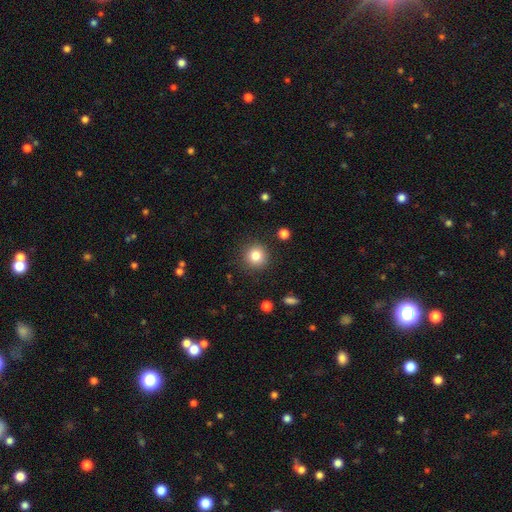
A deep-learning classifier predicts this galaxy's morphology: type=smooth (82%); roundness=round (94%); merging=none (89%).